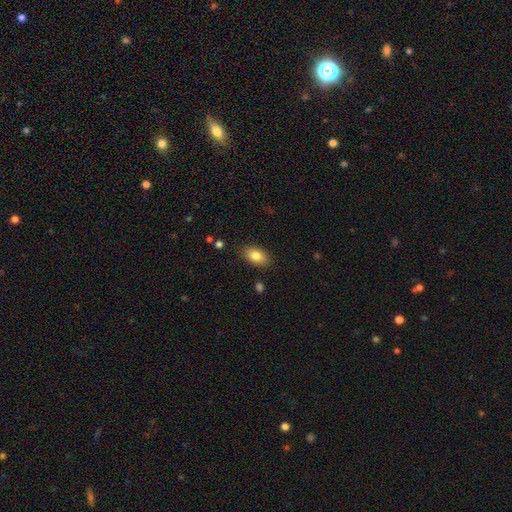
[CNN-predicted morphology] A smooth galaxy with no disk features (83%) that is in between round and cigar-shaped (89%).

Vote fractions:
- Smooth or featured? smooth: 83% / featured or disk: 9% / star or artifact: 8%
- How rounded? in between: 89% / round: 8% / cigar-shaped: 3%
- Merging? none: 86% / minor disturbance: 10% / major disturbance: 2% / merger: 1%